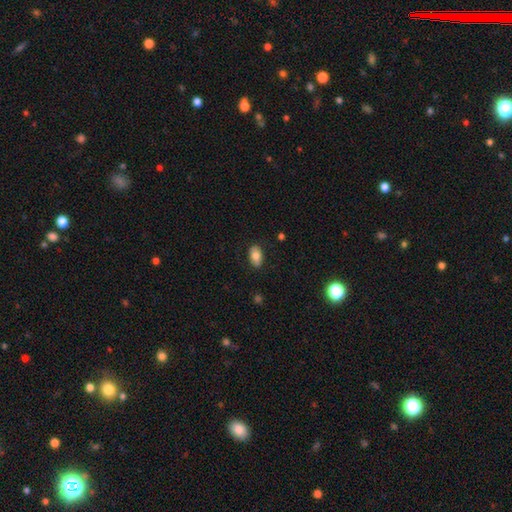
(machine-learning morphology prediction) smooth-or-featured: smooth: 79% | featured or disk: 13% | star or artifact: 8%
  how-rounded: in between: 91% | round: 7% | cigar-shaped: 2%
  merging: none: 86% | minor disturbance: 10% | major disturbance: 2% | merger: 1%